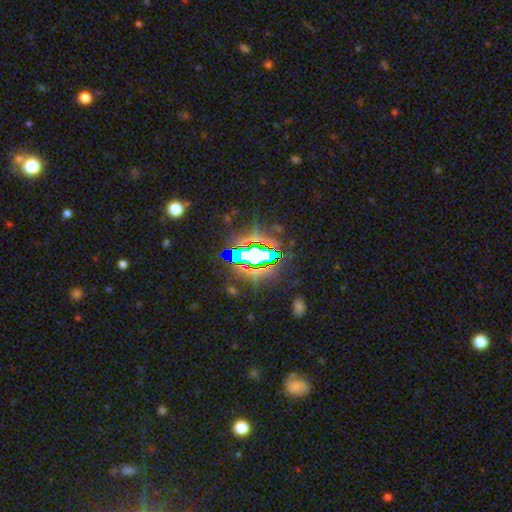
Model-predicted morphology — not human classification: Overall: star or artifact (76%).